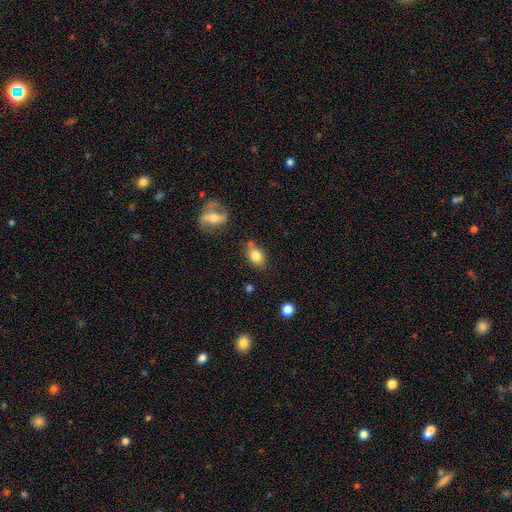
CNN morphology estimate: Smooth or featured? Predicted: smooth (p=0.81). How rounded? Predicted: in between (p=0.77). Merging? Predicted: none (p=0.71).